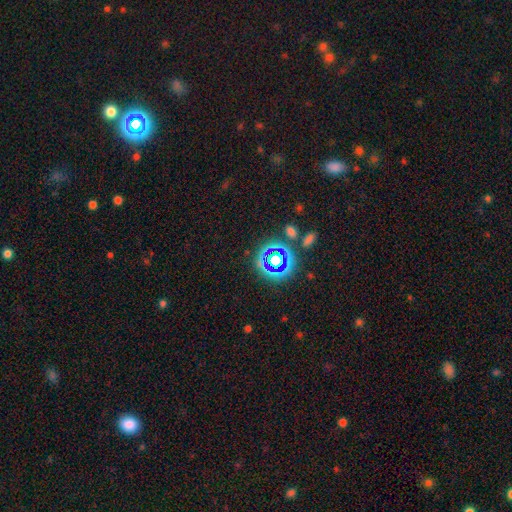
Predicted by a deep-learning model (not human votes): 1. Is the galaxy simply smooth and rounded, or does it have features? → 49% star or artifact, 40% smooth, 11% featured or disk.